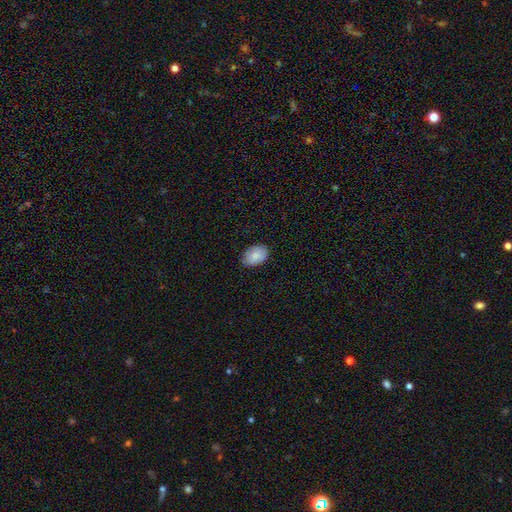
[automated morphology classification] This appears to be a smooth galaxy with no disk features (85%) that is in between round and cigar-shaped (84%). Merging: none (82%).